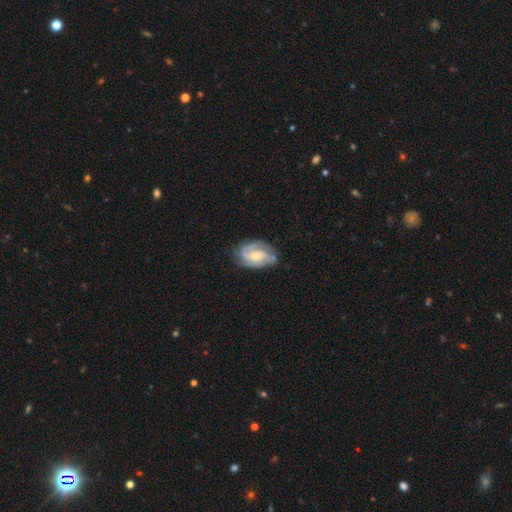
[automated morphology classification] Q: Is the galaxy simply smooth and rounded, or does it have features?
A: featured or disk — 80%.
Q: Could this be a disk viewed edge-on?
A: no — 97%.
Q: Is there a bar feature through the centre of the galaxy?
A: no — 43%.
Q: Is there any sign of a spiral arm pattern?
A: yes — 94%.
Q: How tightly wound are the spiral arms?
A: medium — 45%.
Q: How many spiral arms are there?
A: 2 — 39%.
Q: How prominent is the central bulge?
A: small — 48%, tied with moderate.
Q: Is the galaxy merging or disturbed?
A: none — 66%.